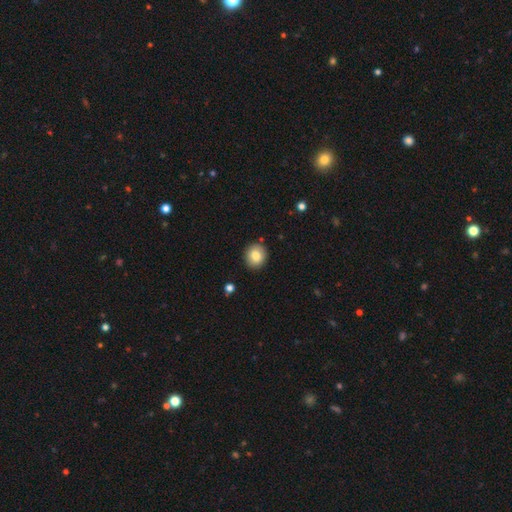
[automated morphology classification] This is clearly a smooth galaxy (82%). How rounded: clearly round (84%). Merging: clearly none (89%).